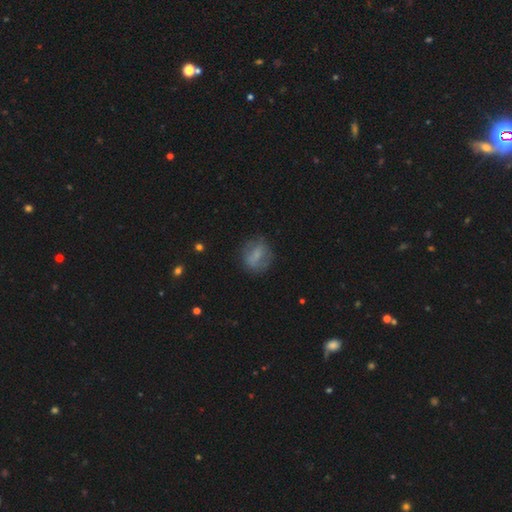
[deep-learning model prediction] The model was most divided on "how rounded": round: 54%, in between: 43%, cigar-shaped: 3%. More confident: merging — none (71%); smooth or featured — smooth (59%).